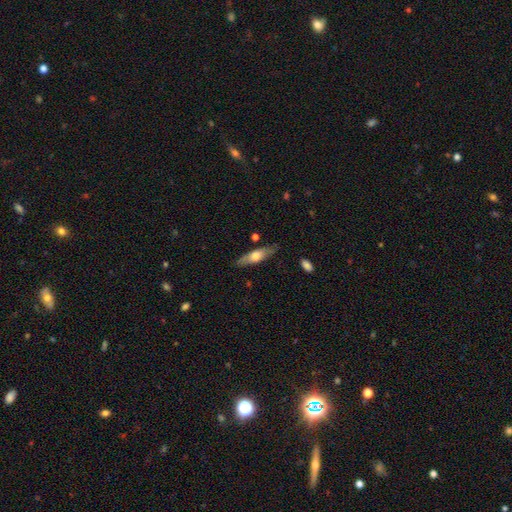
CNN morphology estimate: Smooth or featured? smooth (52%)
How rounded? cigar-shaped (60%)
Merging? none (82%)